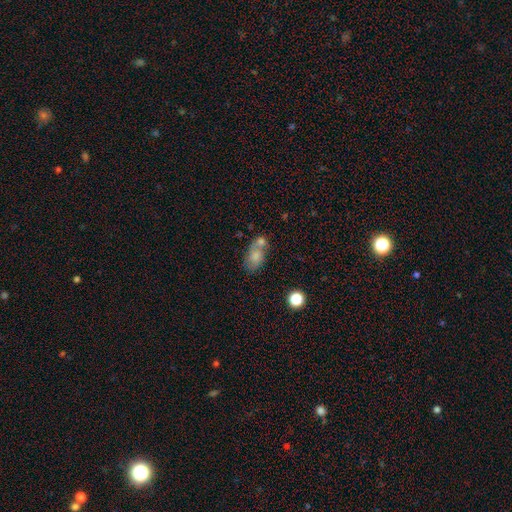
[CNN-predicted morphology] This is likely a smooth galaxy (69%). How rounded: clearly in between (82%). Merging: marginally merger (43%).